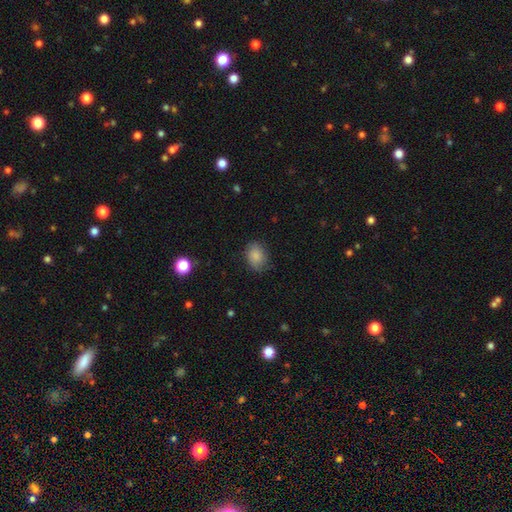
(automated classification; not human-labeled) A smooth galaxy with no disk features (84%) that is in between round and cigar-shaped (68%). Merging: none (78%).